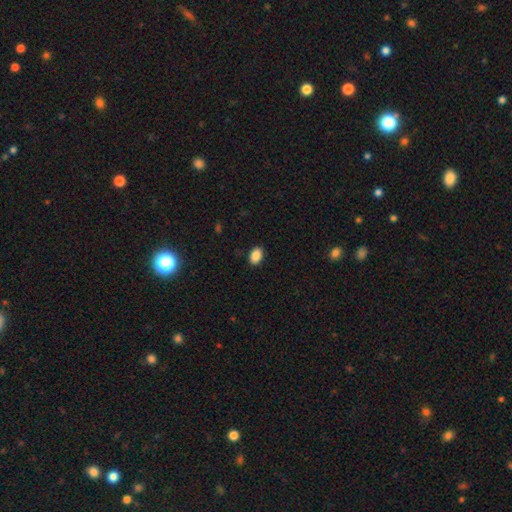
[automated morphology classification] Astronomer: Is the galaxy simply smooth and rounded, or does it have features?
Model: smooth — 89%.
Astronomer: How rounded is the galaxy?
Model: in between — 84%.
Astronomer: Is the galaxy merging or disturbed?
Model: none — 88%.